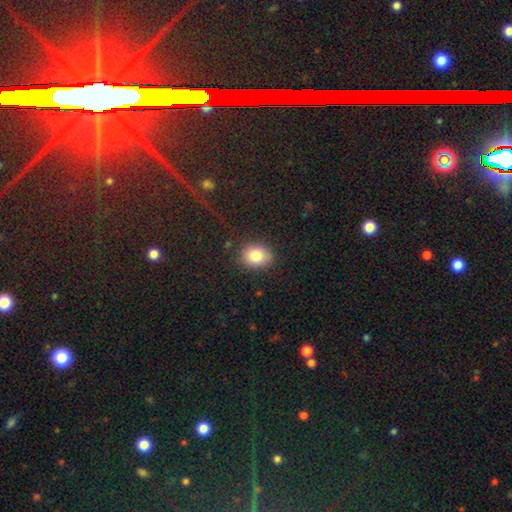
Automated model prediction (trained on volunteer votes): Overall: smooth (82%). How rounded: round (56%; in between 43%). Merging: none (86%).